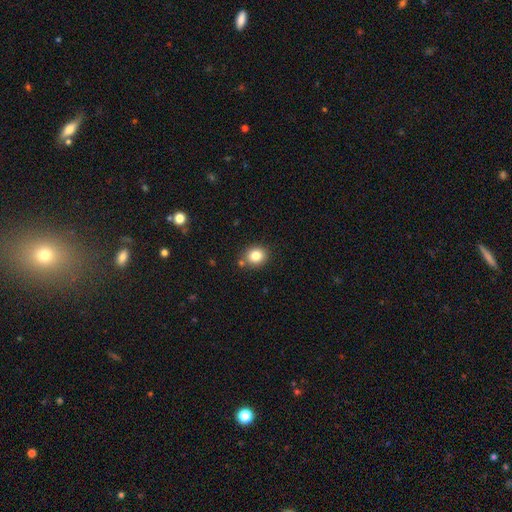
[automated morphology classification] smooth_or_featured: smooth (p=0.82) [alt: star or artifact p=0.11]
how_rounded: round (p=0.73) [alt: in between p=0.27]
merging: none (p=0.81) [alt: minor disturbance p=0.10]